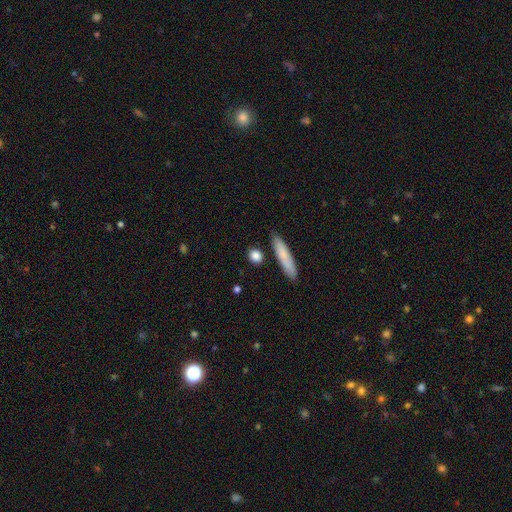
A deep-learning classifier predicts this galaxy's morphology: The model was most divided on "how rounded": round: 50%, in between: 26%, cigar-shaped: 24%. More confident: smooth or featured — smooth (84%); merging — none (84%).